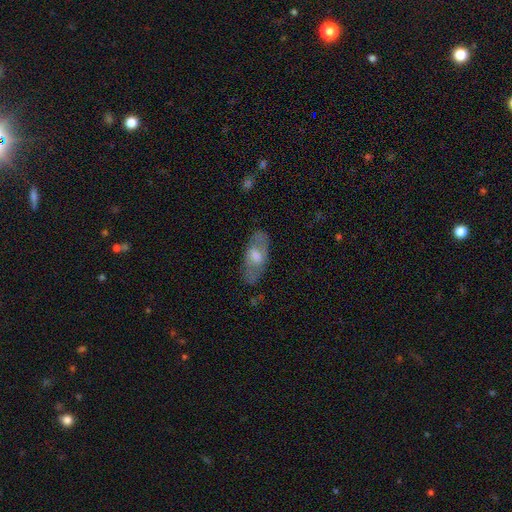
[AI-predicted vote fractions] Morphology: type=featured or disk (51%); edge-on=no (77%); merging=none (78%).